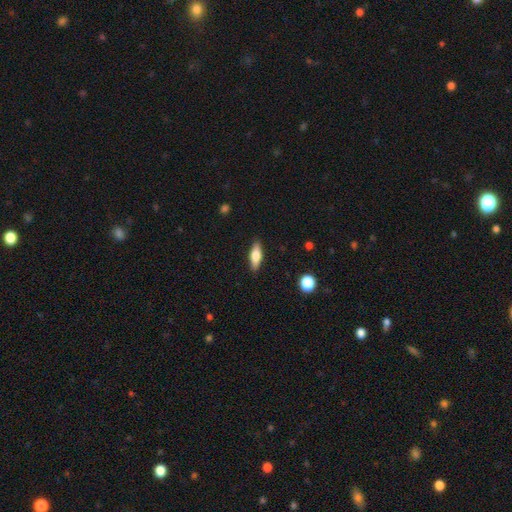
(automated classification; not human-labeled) Smooth or featured? Predicted: smooth (p=0.61). How rounded? Predicted: in between (p=0.55). Merging? Predicted: none (p=0.88).